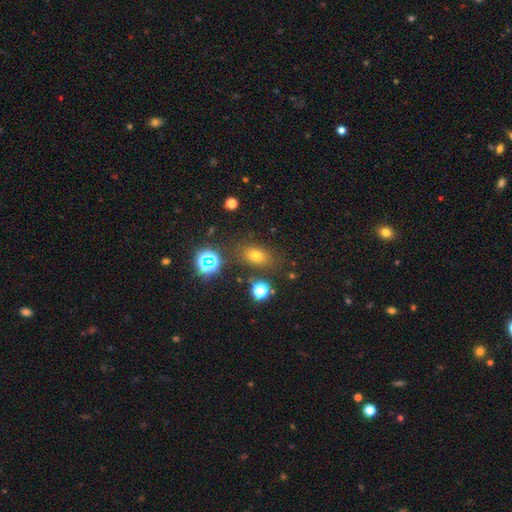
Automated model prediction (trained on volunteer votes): A smooth galaxy with no disk features (65%) that is in between round and cigar-shaped (71%). Merging: none (79%).